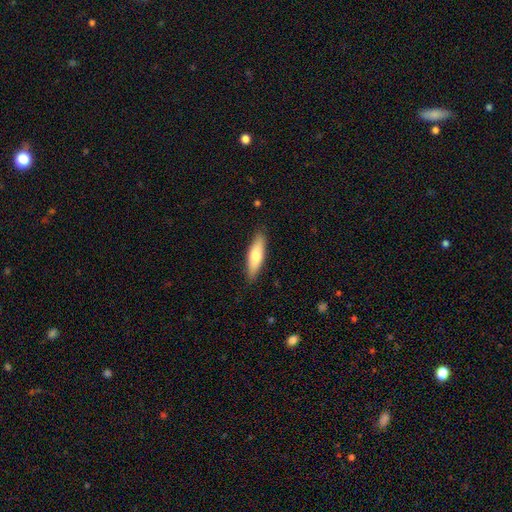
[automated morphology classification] A smooth galaxy with no disk features (69%) that is cigar-shaped (57%). Merging: none (87%).